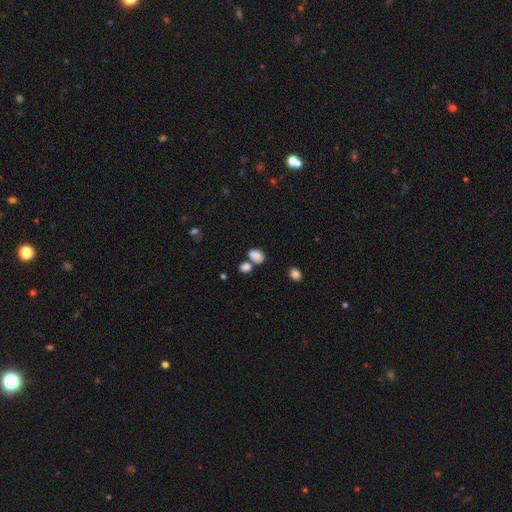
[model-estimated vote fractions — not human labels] This is clearly a smooth galaxy (81%). How rounded: likely in between (75%). Merging: marginally none (44%).